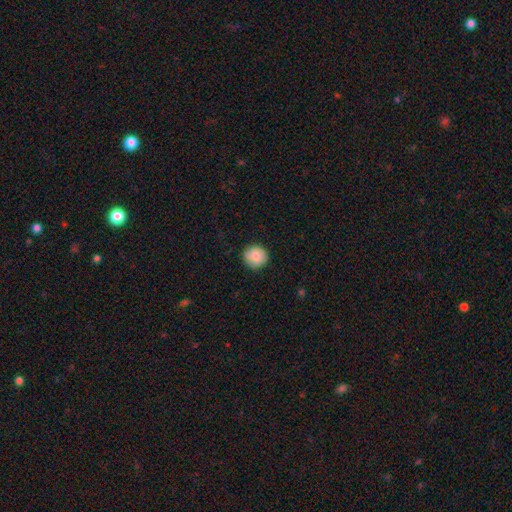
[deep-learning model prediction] This appears to be a smooth galaxy with no disk features (81%) that is round (92%). Merging: none (83%).